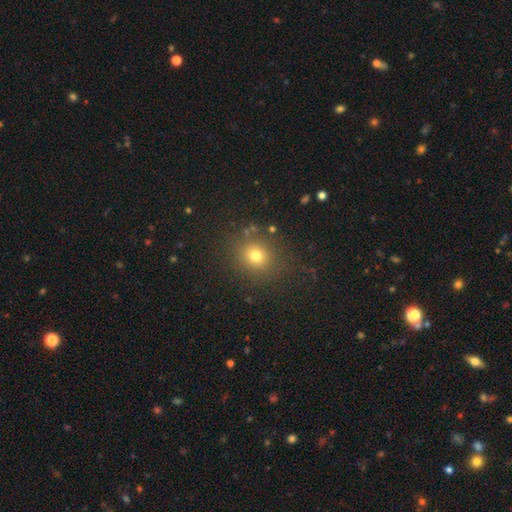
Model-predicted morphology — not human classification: type=smooth (73%); roundness=round (81%); merging=none (84%).